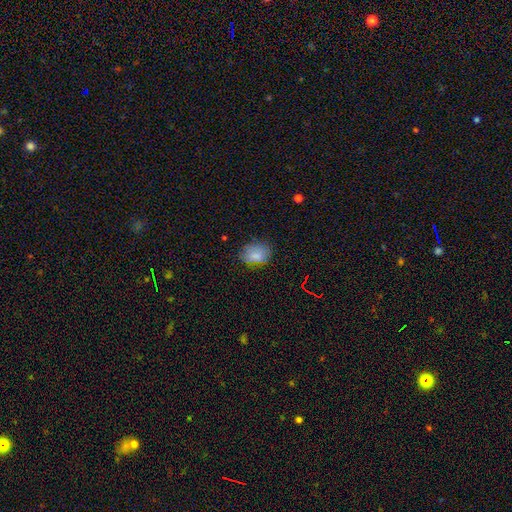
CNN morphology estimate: This appears to be a smooth galaxy with no disk features (82%) that is in between round and cigar-shaped (65%). Merging: none (74%).